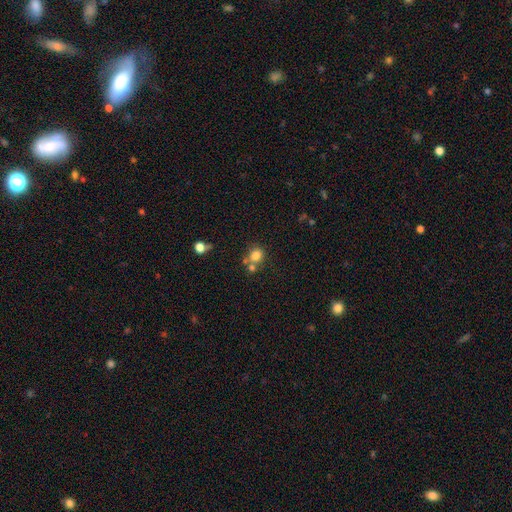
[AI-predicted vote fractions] smooth 79%, star or artifact 12%, featured or disk 9%. Down the decision tree: how rounded — round (76%); merging — none (56%).